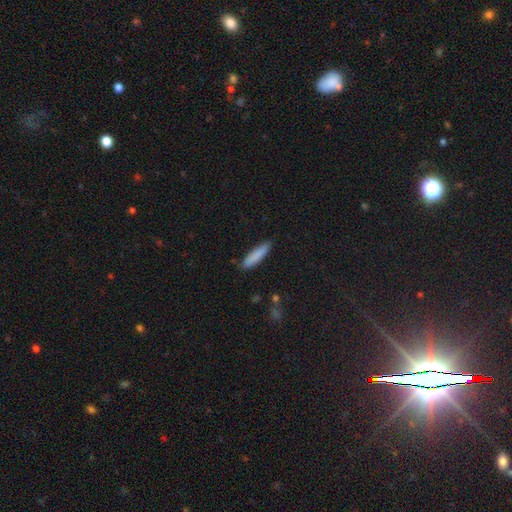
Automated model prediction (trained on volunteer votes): smooth_or_featured: smooth (p=0.85) [alt: featured or disk p=0.09]
how_rounded: cigar-shaped (p=0.81) [alt: in between p=0.17]
merging: none (p=0.86) [alt: minor disturbance p=0.11]